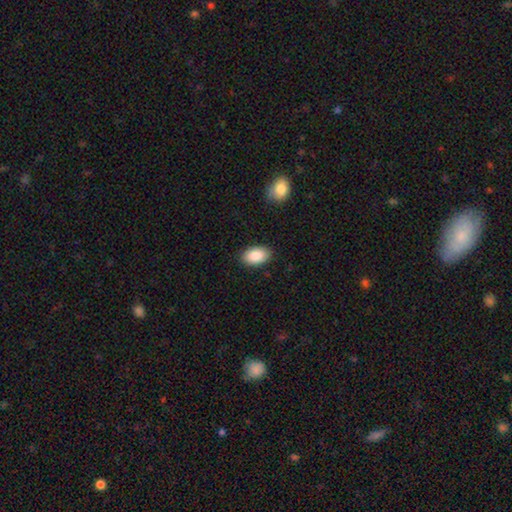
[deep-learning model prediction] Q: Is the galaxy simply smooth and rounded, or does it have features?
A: smooth — 87%.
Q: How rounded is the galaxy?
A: in between — 93%.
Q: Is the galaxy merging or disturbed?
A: none — 88%.